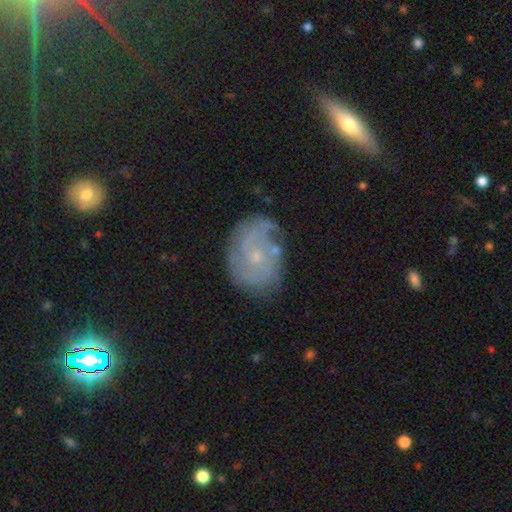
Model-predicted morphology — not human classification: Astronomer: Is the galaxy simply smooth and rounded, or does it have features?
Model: featured or disk — 72%.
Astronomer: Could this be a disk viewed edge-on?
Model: no — 96%.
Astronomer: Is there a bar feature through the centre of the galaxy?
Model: no — 78%.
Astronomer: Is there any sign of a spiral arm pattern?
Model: yes — 86%.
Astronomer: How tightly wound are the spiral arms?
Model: tight — 57%.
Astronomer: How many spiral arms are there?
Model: can't tell — 41% (runner-up: 2, 21%).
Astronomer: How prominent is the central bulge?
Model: small — 80%.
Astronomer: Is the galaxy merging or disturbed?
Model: none — 67%.